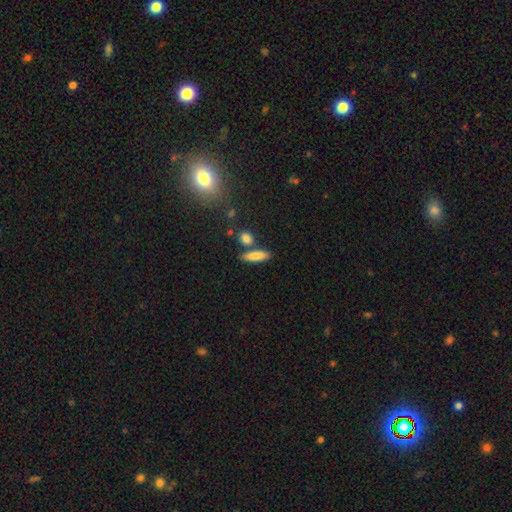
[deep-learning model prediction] smooth_or_featured: smooth (p=0.83) [alt: featured or disk p=0.09]
how_rounded: cigar-shaped (p=0.52) [alt: in between p=0.44]
merging: none (p=0.73) [alt: merger p=0.12]